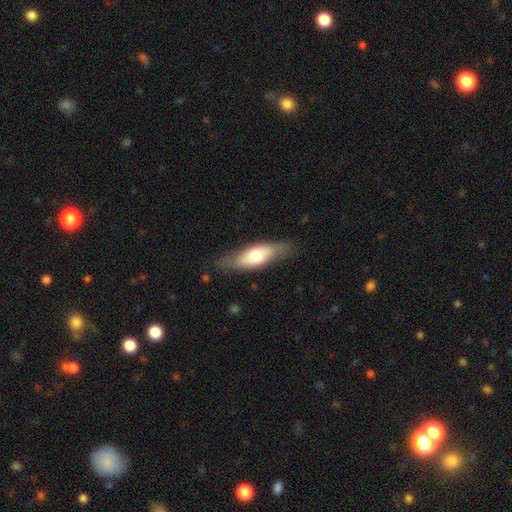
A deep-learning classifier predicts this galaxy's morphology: type=smooth (55%); roundness=in between (57%); merging=none (77%).